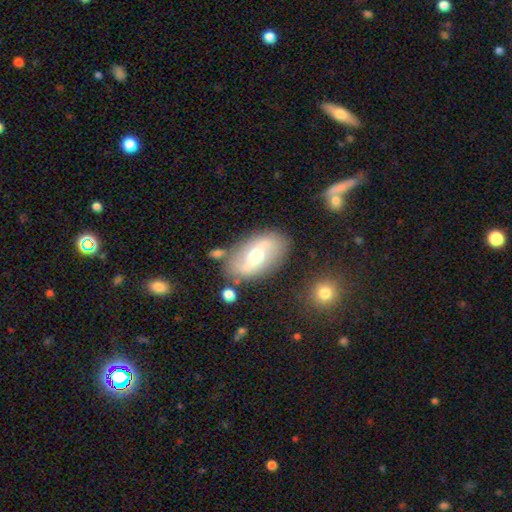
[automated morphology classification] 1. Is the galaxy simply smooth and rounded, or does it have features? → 60% featured or disk, 34% smooth, 7% star or artifact.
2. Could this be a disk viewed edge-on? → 88% no, 12% yes.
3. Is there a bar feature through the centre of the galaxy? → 37% strong, 36% weak, 26% no.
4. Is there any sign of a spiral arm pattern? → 55% yes, 45% no.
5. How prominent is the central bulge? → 72% moderate, 15% small, 10% large, 2% dominant, 1% none.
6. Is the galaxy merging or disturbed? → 78% none, 13% minor disturbance, 4% major disturbance, 4% merger.